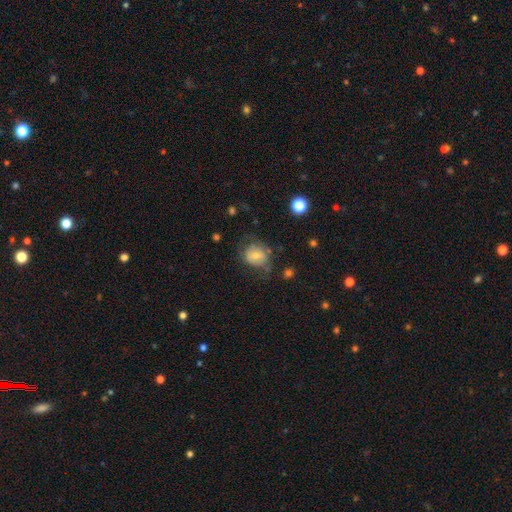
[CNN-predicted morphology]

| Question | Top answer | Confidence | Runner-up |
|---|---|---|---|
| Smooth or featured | smooth | 59% | featured or disk (32%) |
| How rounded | round | 64% | in between (35%) |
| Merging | none | 53% | minor disturbance (26%) |